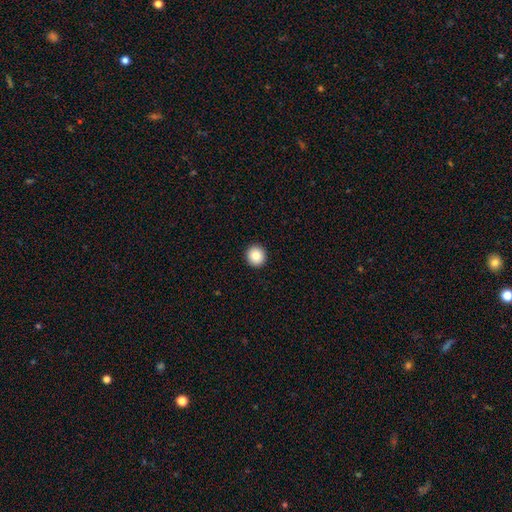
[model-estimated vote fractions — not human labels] smooth-or-featured: smooth: 84% | star or artifact: 9% | featured or disk: 7%
  how-rounded: round: 93% | in between: 6% | cigar-shaped: 1%
  merging: none: 93% | minor disturbance: 4% | major disturbance: 1% | merger: 1%